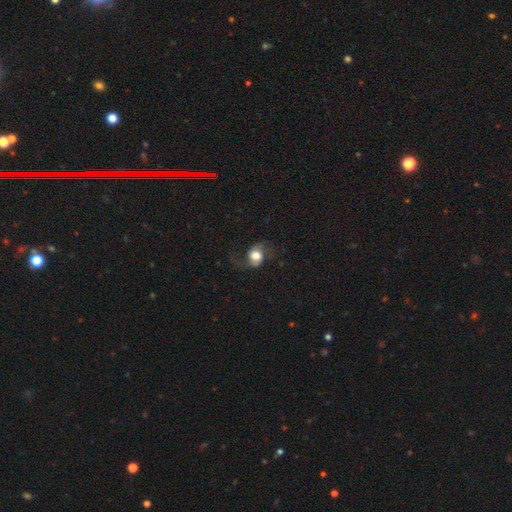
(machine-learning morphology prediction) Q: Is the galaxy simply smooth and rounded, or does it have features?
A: smooth — 50%.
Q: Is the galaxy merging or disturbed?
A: none — 58%.